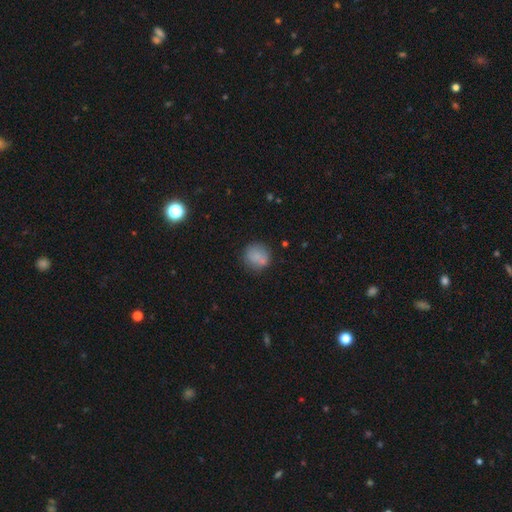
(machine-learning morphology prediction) Smooth or featured? Predicted: smooth (p=0.79). How rounded? Predicted: round (p=0.88). Merging? Predicted: none (p=0.69).